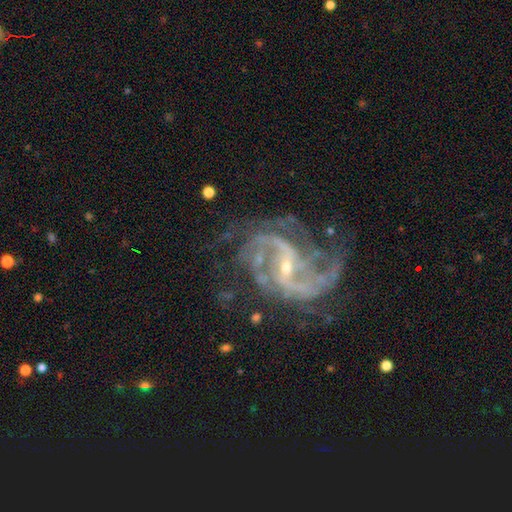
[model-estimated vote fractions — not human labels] A featured or disk galaxy (91%) with a weak bar (41%), 2 (68%) medium (52%) spiral arms (98%) and a small central bulge (77%).

Vote fractions:
- Smooth or featured? featured or disk: 91% / star or artifact: 7% / smooth: 3%
- Edge-on disk? no: 98% / yes: 2%
- Bar? weak: 41% / strong: 36% / no: 22%
- Spiral arms? yes: 98% / no: 2%
- Spiral winding? medium: 52% / loose: 32% / tight: 16%
- Spiral arm count? 2: 68% / 3: 10% / can't tell: 8% / 4: 5% / 1: 4% / more than 4: 4%
- Bulge size? small: 77% / moderate: 20% / none: 2% / large: 1% / dominant: 1%
- Merging? none: 57% / major disturbance: 20% / minor disturbance: 20% / merger: 3%